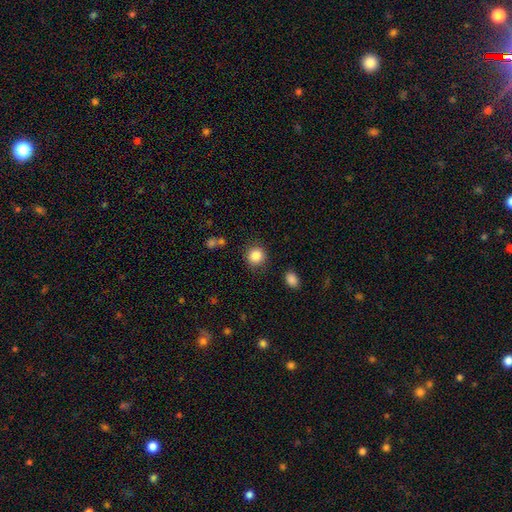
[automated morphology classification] Smooth or featured? smooth (86%)
How rounded? round (88%)
Merging? none (85%)